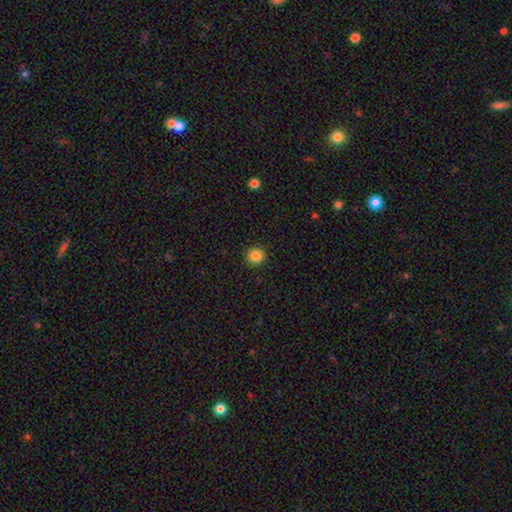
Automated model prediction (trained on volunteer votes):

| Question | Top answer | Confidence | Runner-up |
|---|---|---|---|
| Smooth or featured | smooth | 85% | star or artifact (11%) |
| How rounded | round | 94% | in between (5%) |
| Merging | none | 93% | minor disturbance (5%) |